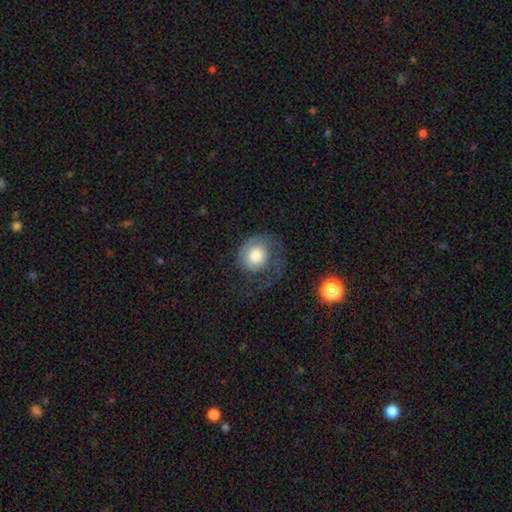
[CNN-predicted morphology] This appears to be a smooth galaxy with no disk features (58%) that is round (83%). Merging: none (41%).